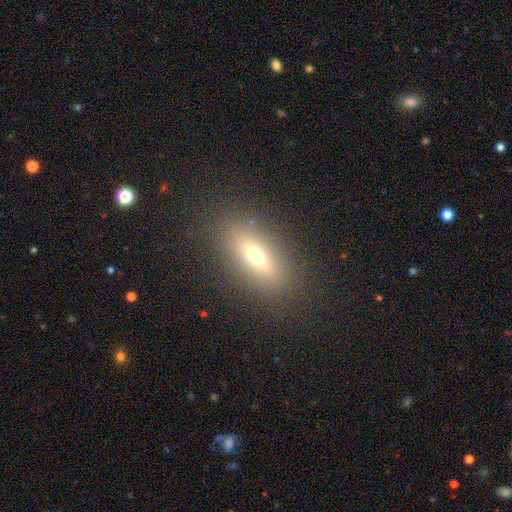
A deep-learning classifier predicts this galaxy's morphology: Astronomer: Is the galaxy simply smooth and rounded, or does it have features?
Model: smooth — 60%.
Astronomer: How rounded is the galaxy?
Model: in between — 68%.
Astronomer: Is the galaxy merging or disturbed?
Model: none — 86%.